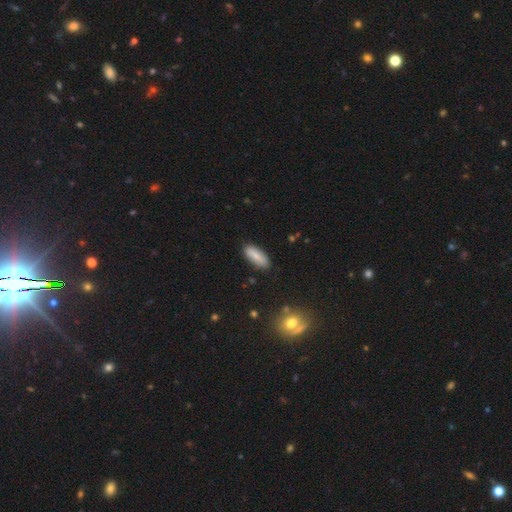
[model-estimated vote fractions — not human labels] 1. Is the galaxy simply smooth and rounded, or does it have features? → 78% smooth, 15% featured or disk, 7% star or artifact.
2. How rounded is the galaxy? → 75% in between, 23% cigar-shaped, 2% round.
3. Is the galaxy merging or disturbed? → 85% none, 11% minor disturbance, 2% major disturbance, 1% merger.